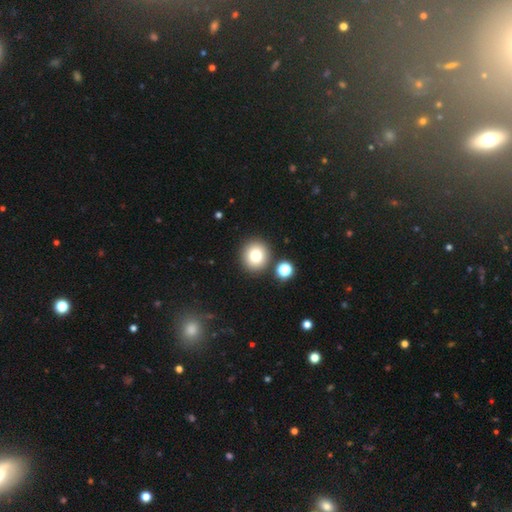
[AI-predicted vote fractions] Smooth or featured? smooth (79%)
How rounded? round (88%)
Merging? none (84%)